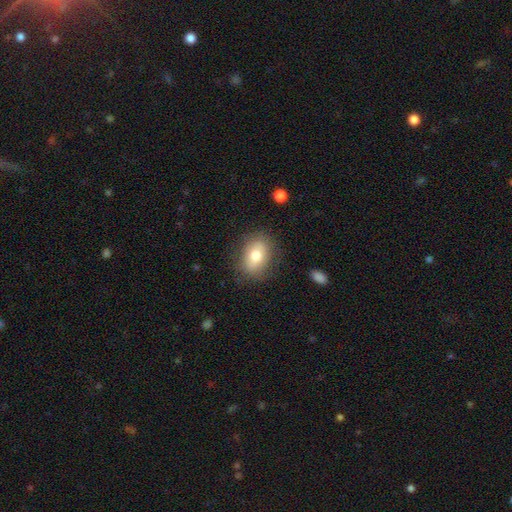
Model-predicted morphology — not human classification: Smooth or featured: smooth — 75% (featured or disk — 17%)
How rounded: in between — 77% (round — 22%)
Merging: none — 81% (minor disturbance — 13%)